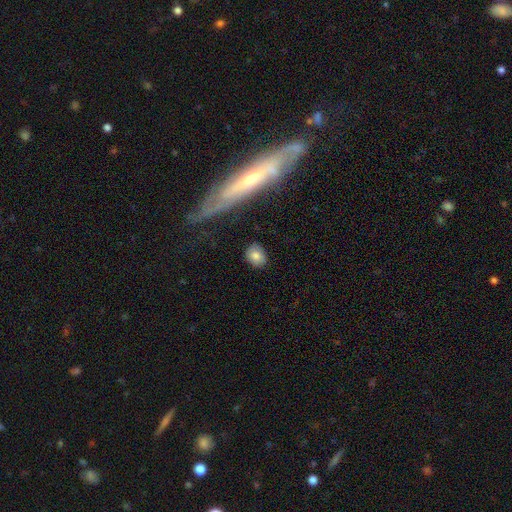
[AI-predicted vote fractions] This is clearly a smooth galaxy (80%). How rounded: possibly round (51%). Merging: clearly none (84%).